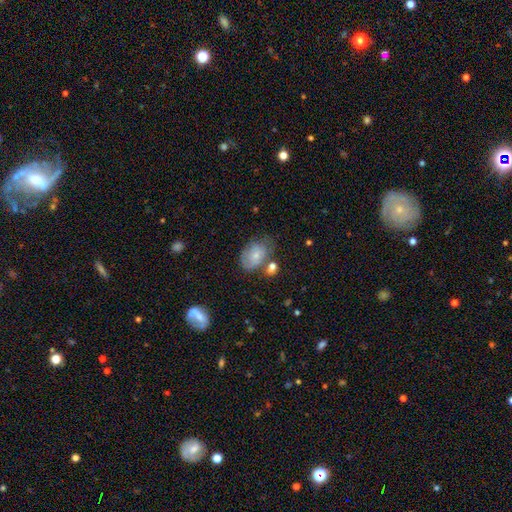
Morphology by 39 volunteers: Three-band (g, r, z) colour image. It shows a smooth galaxy with no disk features (72%) that is in between round and cigar-shaped (86%). Merging: none (46%).